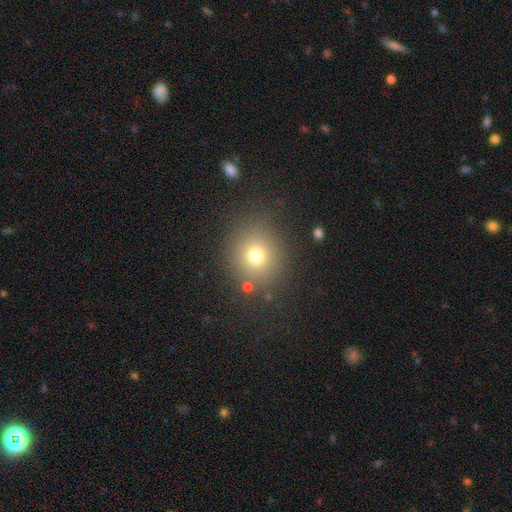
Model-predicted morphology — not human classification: This appears to be a smooth galaxy with no disk features (73%) that is round (85%). Merging: none (83%).